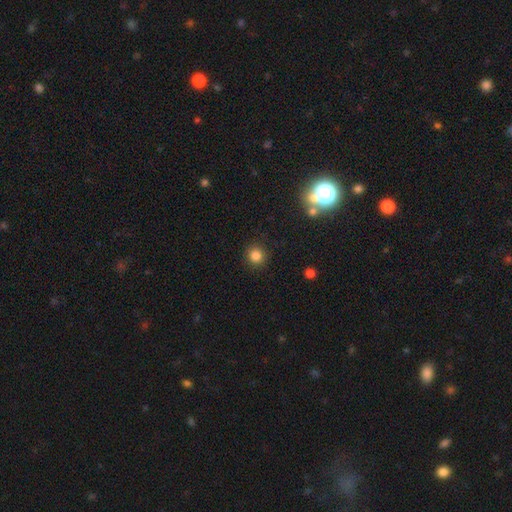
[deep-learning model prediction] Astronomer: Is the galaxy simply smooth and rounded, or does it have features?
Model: smooth — 83%.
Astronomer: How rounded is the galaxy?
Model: round — 92%.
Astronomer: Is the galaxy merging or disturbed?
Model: none — 91%.